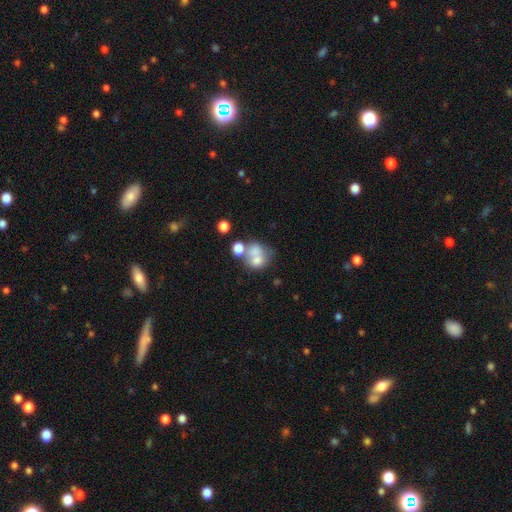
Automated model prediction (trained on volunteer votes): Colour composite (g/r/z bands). It shows a smooth galaxy with no disk features (63%) that is round (64%). Merging: merger (54%).